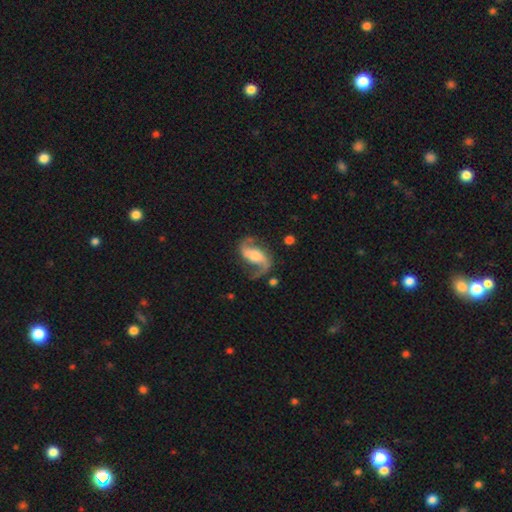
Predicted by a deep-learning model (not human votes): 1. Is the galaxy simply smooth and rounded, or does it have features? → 88% featured or disk, 7% smooth, 5% star or artifact.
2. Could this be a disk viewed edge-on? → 97% no, 3% yes.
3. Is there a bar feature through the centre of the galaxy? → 37% weak, 35% no, 28% strong.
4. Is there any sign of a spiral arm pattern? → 97% yes, 3% no.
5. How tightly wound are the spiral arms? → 58% loose, 35% medium, 7% tight.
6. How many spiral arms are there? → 91% 2, 4% 1, 2% can't tell, 1% 3, 1% 4, 1% more than 4.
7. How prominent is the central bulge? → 53% moderate, 22% small, 18% large, 5% none, 2% dominant.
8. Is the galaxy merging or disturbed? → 71% none, 15% minor disturbance, 10% major disturbance, 3% merger.